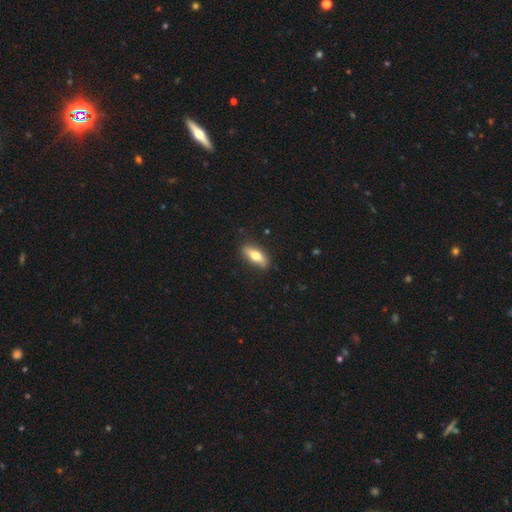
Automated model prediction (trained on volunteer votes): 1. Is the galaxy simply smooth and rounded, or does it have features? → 61% smooth, 33% featured or disk, 6% star or artifact.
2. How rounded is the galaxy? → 62% in between, 34% cigar-shaped, 3% round.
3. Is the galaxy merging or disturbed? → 84% none, 12% minor disturbance, 2% major disturbance, 1% merger.